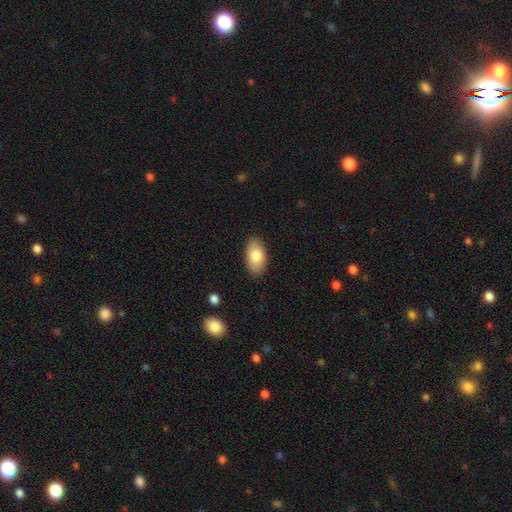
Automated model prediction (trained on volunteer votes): Overall: smooth (80%). How rounded: in between (94%). Merging: none (87%).